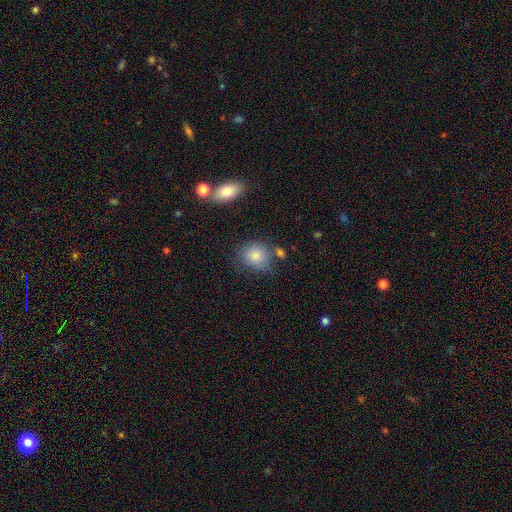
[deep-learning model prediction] smooth-or-featured: smooth: 84% | star or artifact: 9% | featured or disk: 8%
  how-rounded: round: 75% | in between: 24% | cigar-shaped: 1%
  merging: none: 65% | minor disturbance: 19% | merger: 10% | major disturbance: 6%